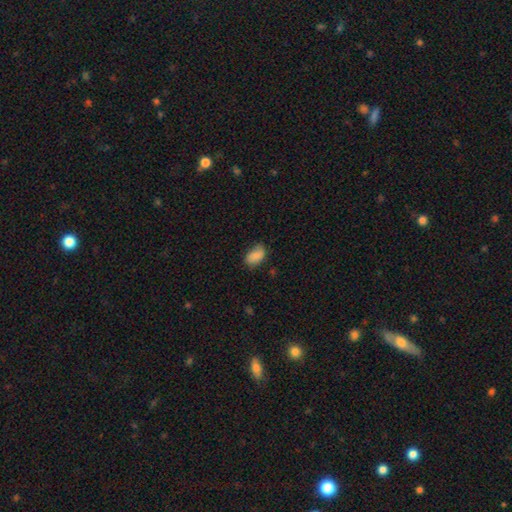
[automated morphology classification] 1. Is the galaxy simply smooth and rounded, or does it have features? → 84% smooth, 8% featured or disk, 8% star or artifact.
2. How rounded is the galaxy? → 90% in between, 9% round, 1% cigar-shaped.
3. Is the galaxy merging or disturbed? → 68% none, 26% minor disturbance, 5% major disturbance, 1% merger.